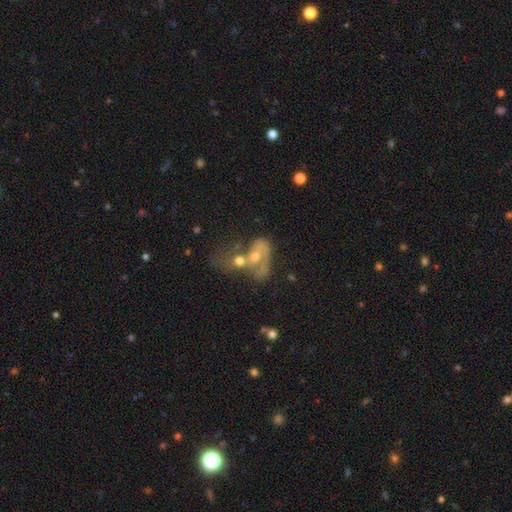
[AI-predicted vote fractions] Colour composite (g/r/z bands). It shows a featured or disk galaxy (55%) with no bar (74%), no spiral arms (53%) and a moderate central bulge (60%). Merging: merger (69%).